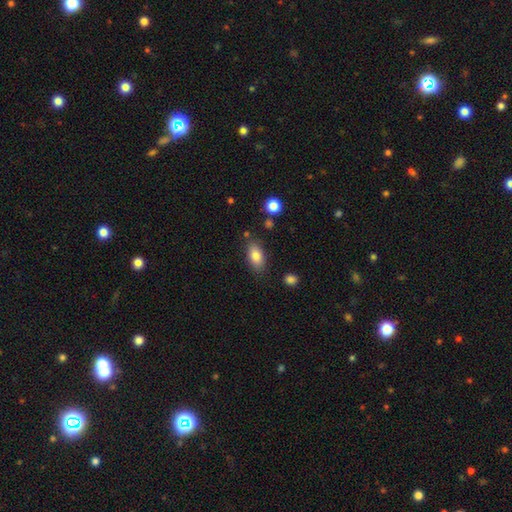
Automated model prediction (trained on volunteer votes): Q: Smooth or featured?
A: smooth (82%); runner-up: featured or disk (10%)
Q: How rounded?
A: in between (89%); runner-up: round (6%)
Q: Merging?
A: none (81%); runner-up: minor disturbance (13%)